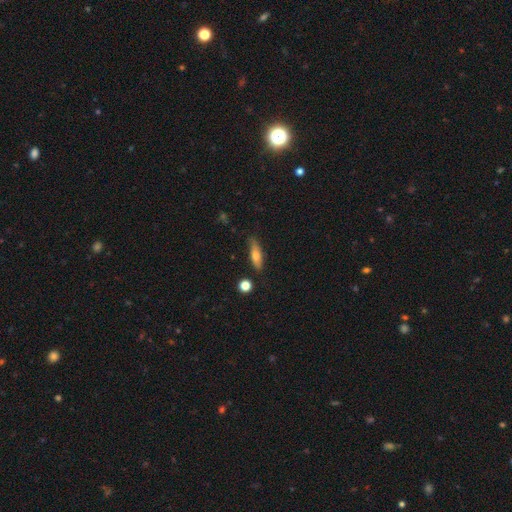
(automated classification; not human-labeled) This is likely a smooth galaxy (66%). How rounded: possibly cigar-shaped (57%). Merging: likely none (78%).